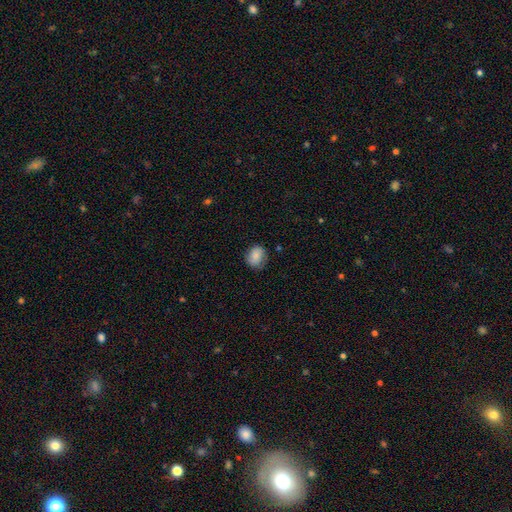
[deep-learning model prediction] smooth 83%, featured or disk 9%, star or artifact 8%. Down the decision tree: how rounded — round (60%); merging — none (75%).